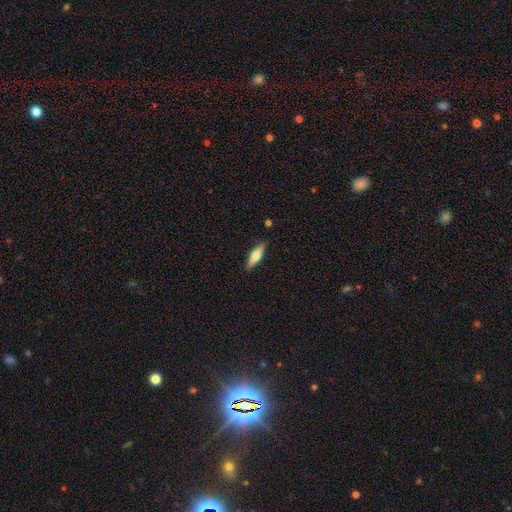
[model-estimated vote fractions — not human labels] Q: Smooth or featured?
A: smooth (59%); runner-up: featured or disk (35%)
Q: How rounded?
A: cigar-shaped (60%); runner-up: in between (38%)
Q: Merging?
A: none (87%); runner-up: minor disturbance (10%)